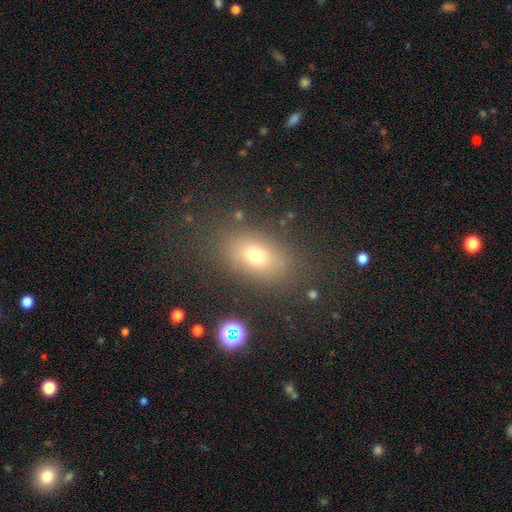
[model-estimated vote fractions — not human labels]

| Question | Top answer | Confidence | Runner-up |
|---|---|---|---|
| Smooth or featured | smooth | 69% | featured or disk (16%) |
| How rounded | in between | 80% | round (15%) |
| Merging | none | 80% | minor disturbance (11%) |